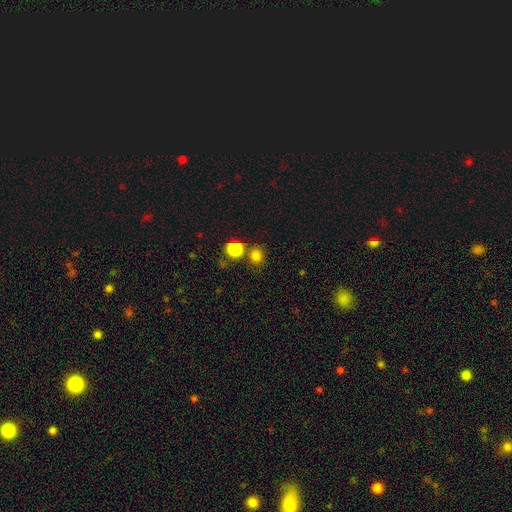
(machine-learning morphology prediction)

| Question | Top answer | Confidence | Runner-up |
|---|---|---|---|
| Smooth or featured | smooth | 80% | star or artifact (15%) |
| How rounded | round | 81% | in between (18%) |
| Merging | none | 68% | merger (20%) |